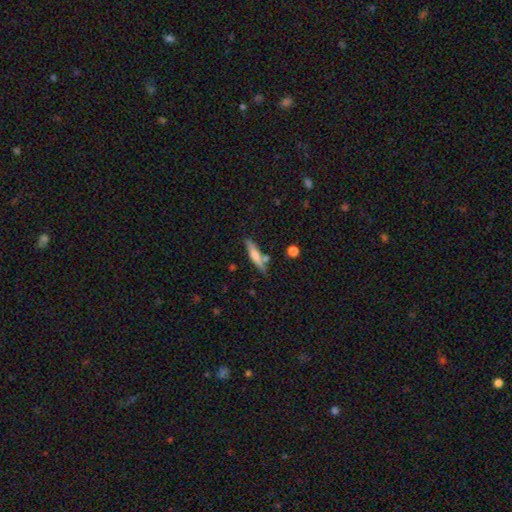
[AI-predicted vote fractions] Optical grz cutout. It shows a smooth galaxy with no disk features (60%) that is cigar-shaped (85%). Merging: none (76%).